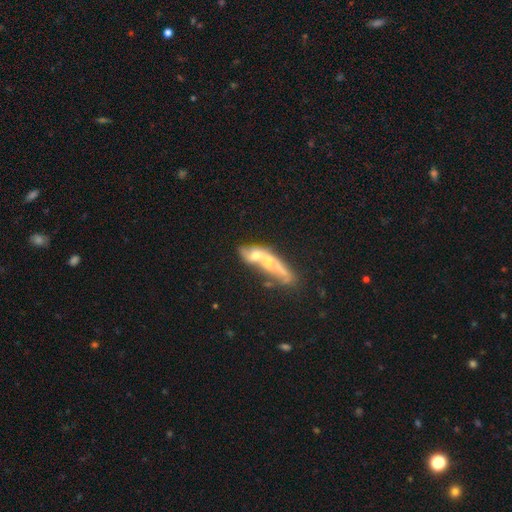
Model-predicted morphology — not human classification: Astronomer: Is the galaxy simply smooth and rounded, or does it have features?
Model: featured or disk — 49% (runner-up: smooth, 41%).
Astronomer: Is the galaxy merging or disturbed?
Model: merger — 72%.